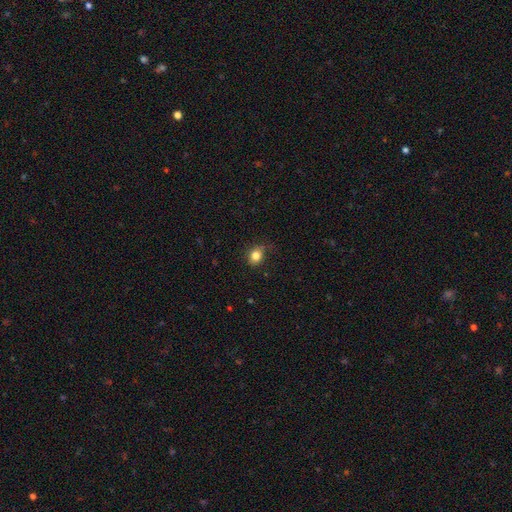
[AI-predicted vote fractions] smooth_or_featured: smooth (p=0.82) [alt: star or artifact p=0.11]
how_rounded: round (p=0.60) [alt: in between p=0.39]
merging: none (p=0.71) [alt: minor disturbance p=0.22]